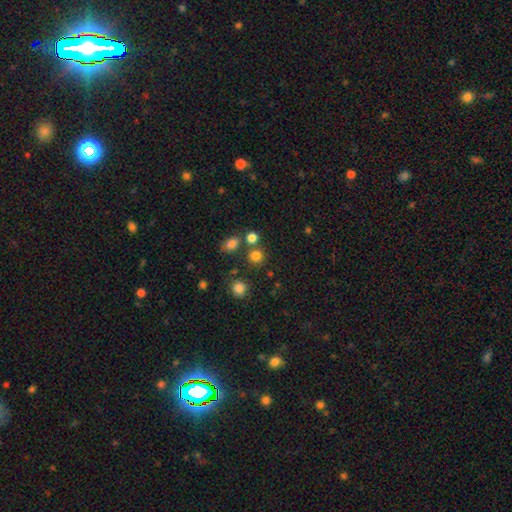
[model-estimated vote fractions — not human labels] Smooth or featured?
  - smooth: 78% *
  - star or artifact: 17%
  - featured or disk: 6%
How rounded?
  - round: 87% *
  - in between: 12%
  - cigar-shaped: 1%
Merging?
  - none: 74% *
  - merger: 14%
  - minor disturbance: 8%
  - major disturbance: 4%